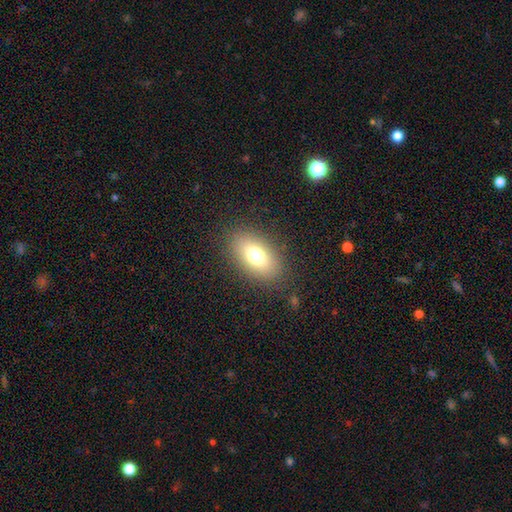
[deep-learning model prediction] Smooth or featured?
  - smooth: 74% *
  - featured or disk: 15%
  - star or artifact: 11%
How rounded?
  - in between: 88% *
  - round: 8%
  - cigar-shaped: 4%
Merging?
  - none: 85% *
  - minor disturbance: 9%
  - major disturbance: 4%
  - merger: 1%